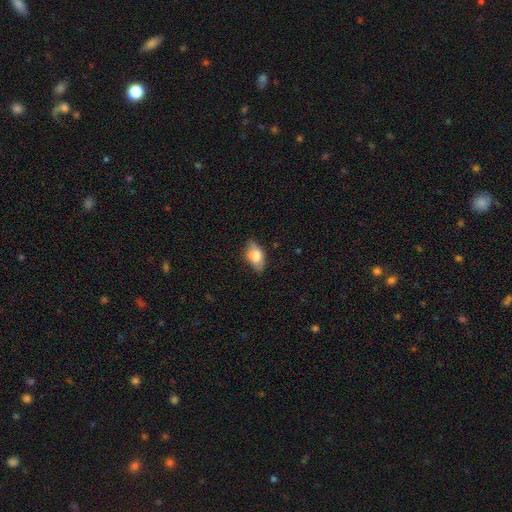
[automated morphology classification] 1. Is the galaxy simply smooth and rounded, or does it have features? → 70% smooth, 22% featured or disk, 8% star or artifact.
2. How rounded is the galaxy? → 89% in between, 6% round, 5% cigar-shaped.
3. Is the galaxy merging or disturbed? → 66% none, 26% minor disturbance, 6% major disturbance, 2% merger.